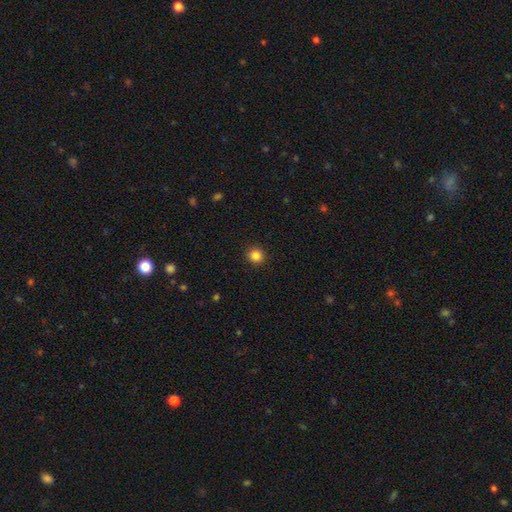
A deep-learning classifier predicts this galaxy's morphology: This is clearly a smooth galaxy (84%). How rounded: clearly round (92%). Merging: clearly none (93%).